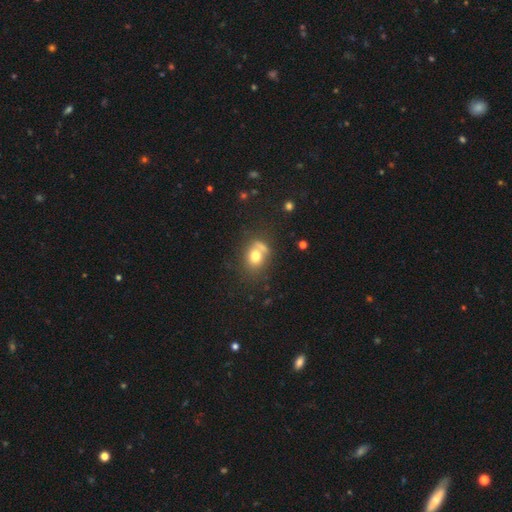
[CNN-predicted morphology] smooth_or_featured: smooth (p=0.73) [alt: featured or disk p=0.16]
how_rounded: round (p=0.52) [alt: in between p=0.46]
merging: none (p=0.47) [alt: merger p=0.21]